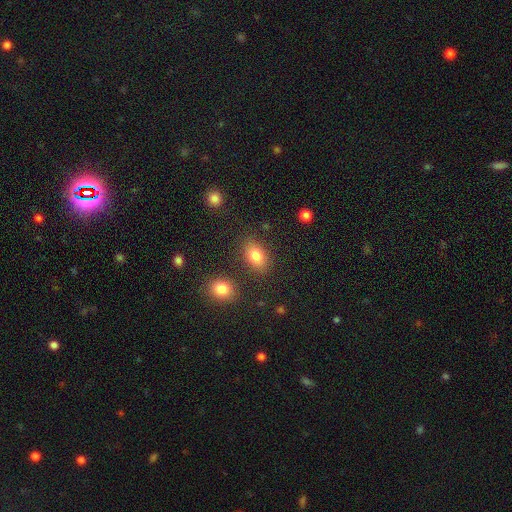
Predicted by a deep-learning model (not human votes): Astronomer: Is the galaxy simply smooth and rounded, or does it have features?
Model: smooth — 82%.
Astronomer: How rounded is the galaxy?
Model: in between — 82%.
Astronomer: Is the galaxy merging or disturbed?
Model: none — 81%.